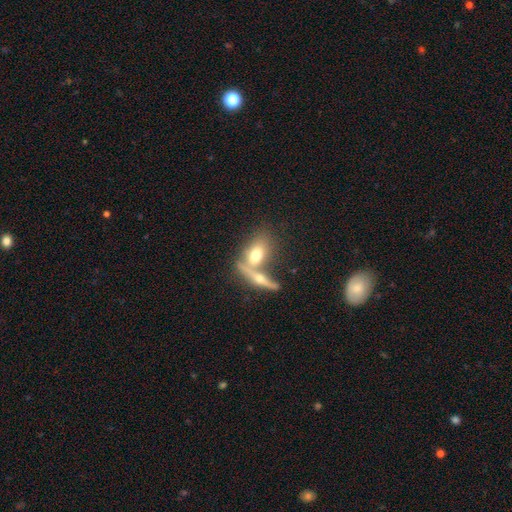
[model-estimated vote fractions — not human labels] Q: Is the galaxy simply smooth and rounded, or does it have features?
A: smooth — 56%.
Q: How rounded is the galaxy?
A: in between — 72%.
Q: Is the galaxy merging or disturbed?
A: merger — 49%.